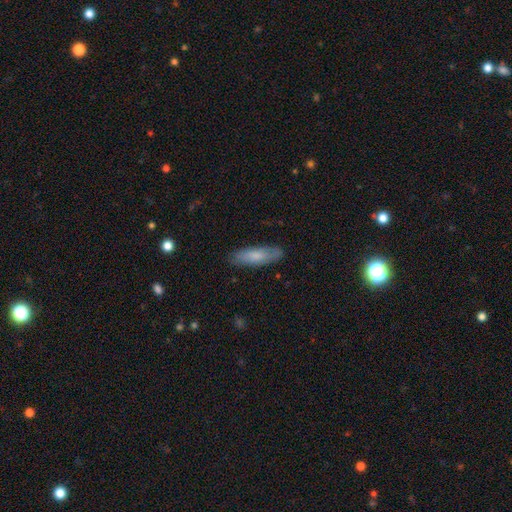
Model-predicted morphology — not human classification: This is likely a smooth galaxy (74%). How rounded: possibly cigar-shaped (49%, tied with in between). Merging: clearly none (84%).